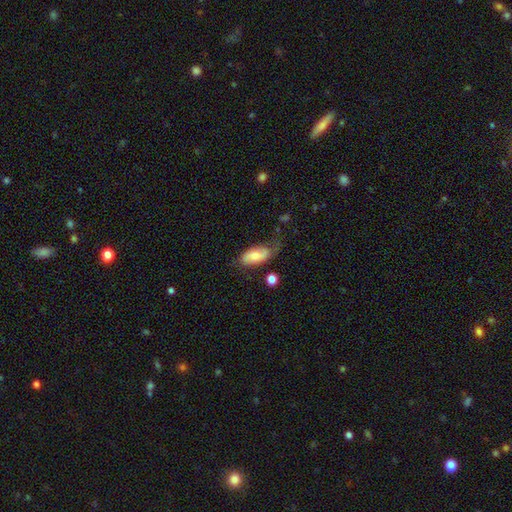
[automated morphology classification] A smooth galaxy with no disk features (59%) that is in between round and cigar-shaped (89%). Merging: none (50%).